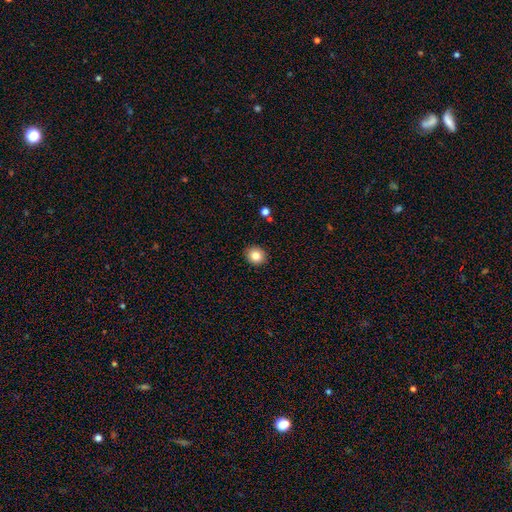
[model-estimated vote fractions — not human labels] smooth 82%, star or artifact 10%, featured or disk 8%. Down the decision tree: how rounded — round (80%); merging — none (91%).